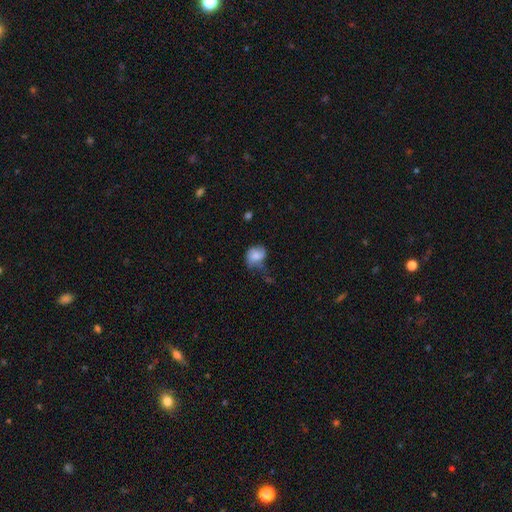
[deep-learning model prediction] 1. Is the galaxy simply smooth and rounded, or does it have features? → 70% smooth, 21% featured or disk, 9% star or artifact.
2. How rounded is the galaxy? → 50% round, 49% in between, 1% cigar-shaped.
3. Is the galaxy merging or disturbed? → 35% minor disturbance (tied), 35% none (tied), 25% major disturbance, 6% merger.